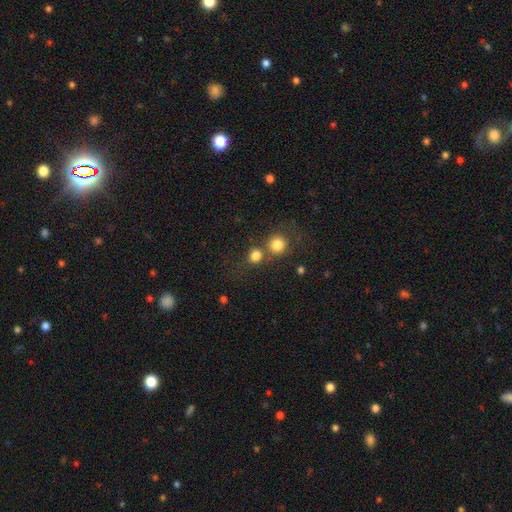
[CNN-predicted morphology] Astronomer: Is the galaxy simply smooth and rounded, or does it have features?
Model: smooth — 80%.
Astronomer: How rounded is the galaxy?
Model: round — 85%.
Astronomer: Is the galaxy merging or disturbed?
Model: none — 57%.